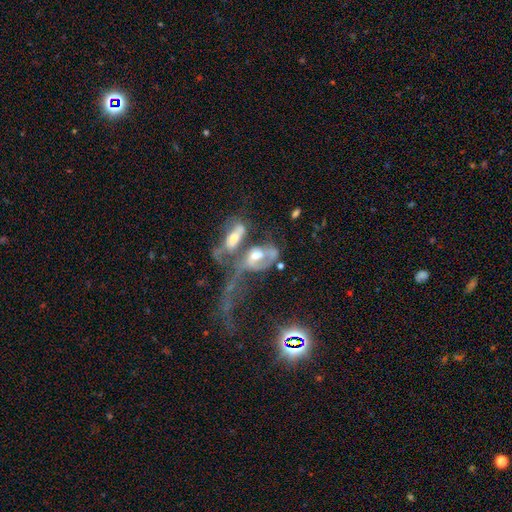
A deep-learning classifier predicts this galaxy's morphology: Smooth or featured: featured or disk — 63% (smooth — 26%)
Edge-on disk: no — 88% (yes — 12%)
Bar: no — 63% (weak — 25%)
Spiral arms: yes — 56% (no — 44%)
Bulge size: moderate — 57% (large — 20%)
Merging: merger — 69% (major disturbance — 18%)